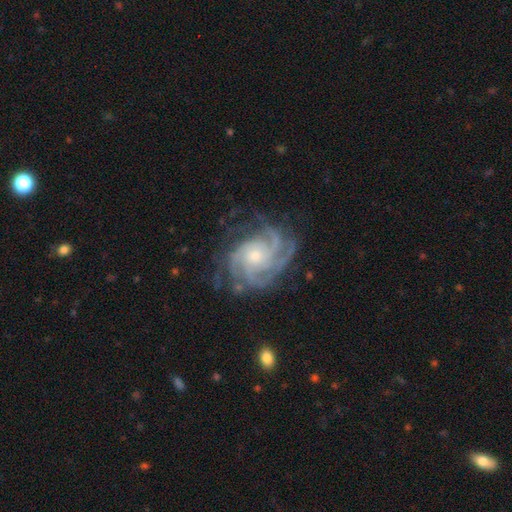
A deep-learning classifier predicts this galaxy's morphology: A featured or disk galaxy (90%) with no bar (76%), 4 (37%) tight (64%) spiral arms (98%) and a small central bulge (59%).

Vote fractions:
- Smooth or featured? featured or disk: 90% / star or artifact: 5% / smooth: 4%
- Edge-on disk? no: 98% / yes: 2%
- Bar? no: 76% / weak: 20% / strong: 4%
- Spiral arms? yes: 98% / no: 2%
- Spiral winding? tight: 64% / medium: 31% / loose: 5%
- Spiral arm count? 4: 37% / 3: 21% / can't tell: 15% / more than 4: 13% / 2: 8% / 1: 6%
- Bulge size? small: 59% / moderate: 36% / large: 2% / none: 2% / dominant: 1%
- Merging? none: 72% / minor disturbance: 18% / major disturbance: 9% / merger: 1%